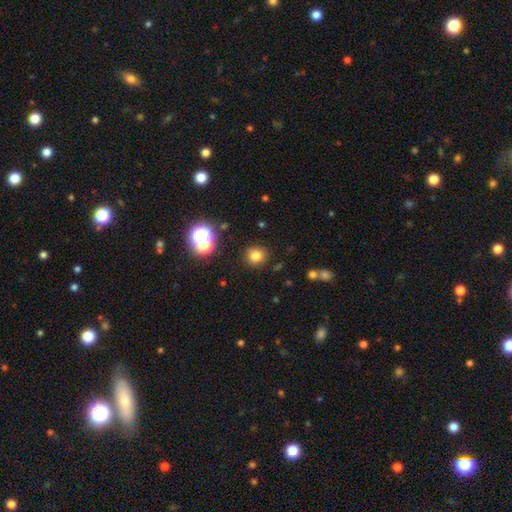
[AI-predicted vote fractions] The model was most divided on "smooth or featured": smooth: 77%, star or artifact: 17%, featured or disk: 7%. More confident: how rounded — round (90%); merging — none (87%).